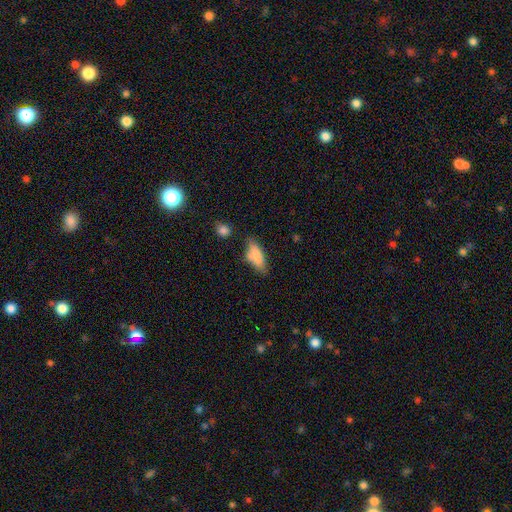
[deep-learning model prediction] Overall: smooth (79%). How rounded: in between (72%). Merging: none (56%; minor disturbance 29%).